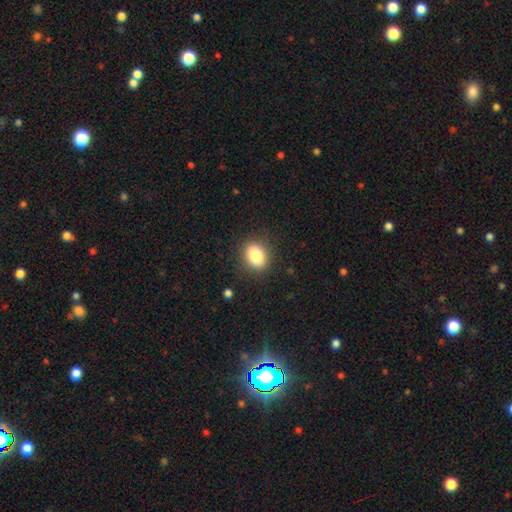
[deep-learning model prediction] The model was most divided on "how rounded": in between: 67%, round: 32%, cigar-shaped: 1%. More confident: merging — none (87%); smooth or featured — smooth (84%).